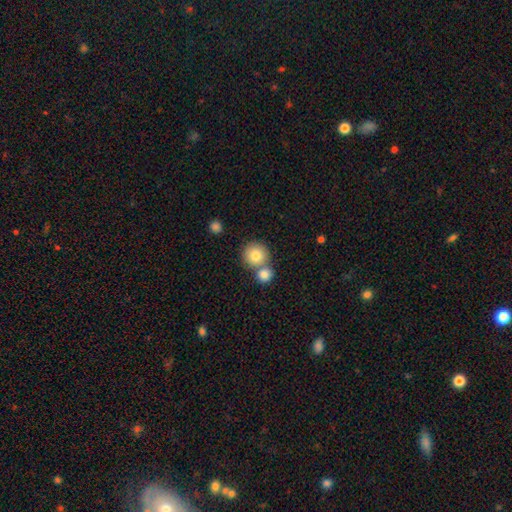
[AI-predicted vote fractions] Smooth or featured? Predicted: smooth (p=0.81). How rounded? Predicted: round (p=0.92). Merging? Predicted: none (p=0.56).